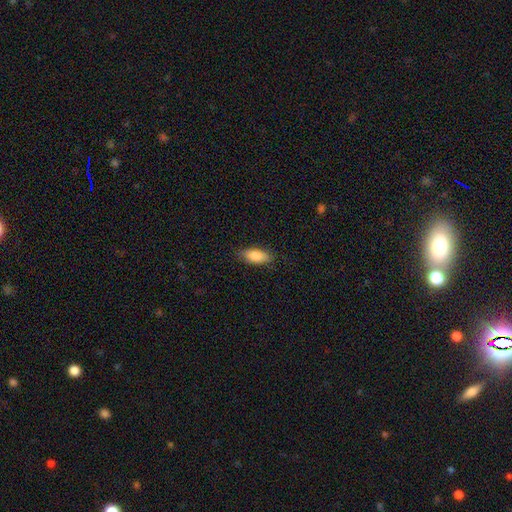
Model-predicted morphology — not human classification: Smooth or featured: smooth — 83% (featured or disk — 11%)
How rounded: in between — 81% (cigar-shaped — 17%)
Merging: none — 85% (minor disturbance — 12%)